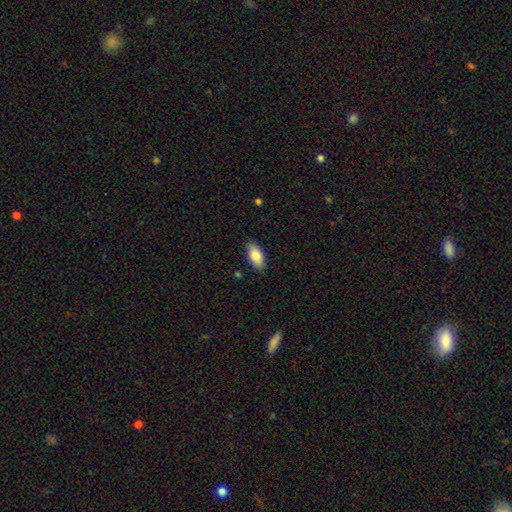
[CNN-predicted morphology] This appears to be a smooth galaxy with no disk features (87%) that is in between round and cigar-shaped (92%). Merging: none (85%).